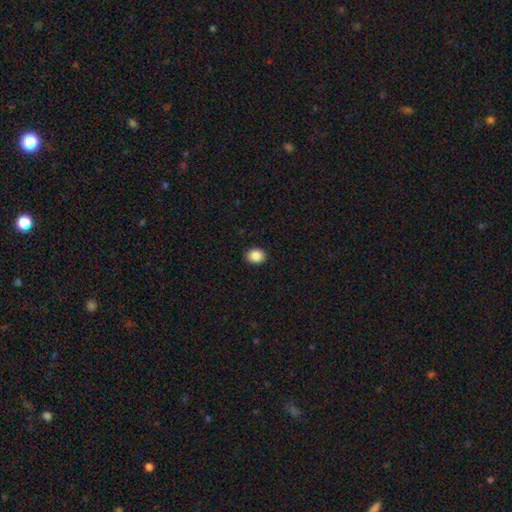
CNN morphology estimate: smooth-or-featured: smooth: 87% | star or artifact: 9% | featured or disk: 4%
  how-rounded: round: 56% | in between: 43% | cigar-shaped: 1%
  merging: none: 91% | minor disturbance: 6% | major disturbance: 2% | merger: 1%